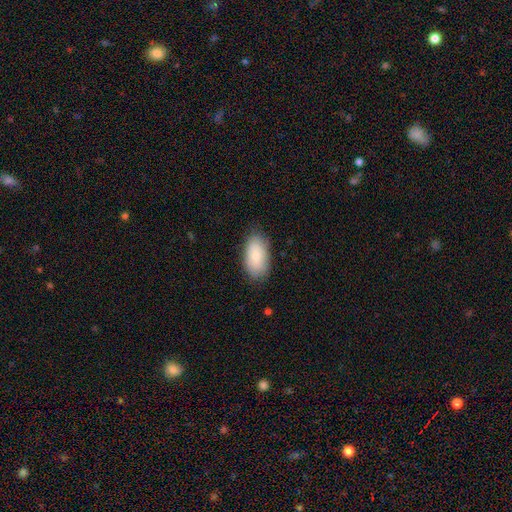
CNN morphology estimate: This is clearly a smooth galaxy (83%). How rounded: clearly in between (94%). Merging: clearly none (82%).